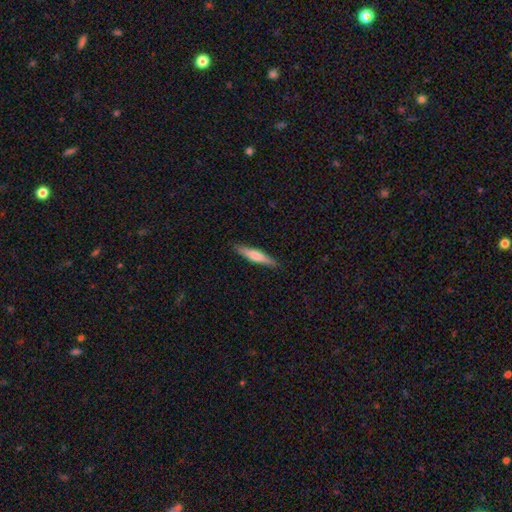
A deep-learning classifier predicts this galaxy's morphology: smooth-or-featured: smooth: 60% | featured or disk: 35% | star or artifact: 5%
  how-rounded: cigar-shaped: 88% | in between: 11% | round: 1%
  merging: none: 90% | minor disturbance: 8% | major disturbance: 2% | merger: 1%